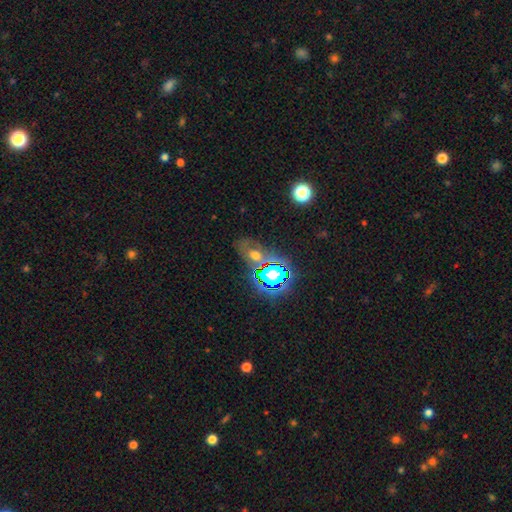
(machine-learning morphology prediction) Smooth or featured? Predicted: smooth (p=0.40, tied with star or artifact). Merging? Predicted: none (p=0.62).